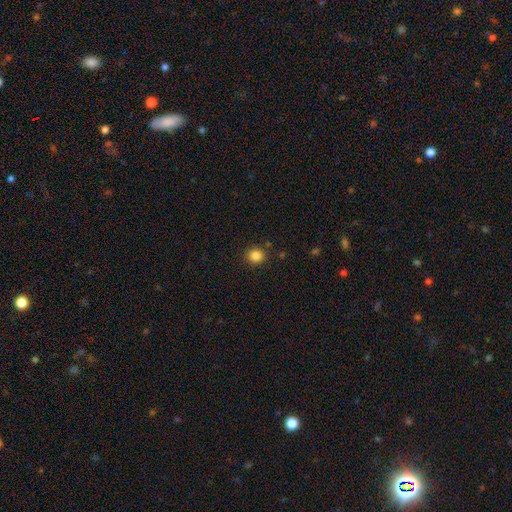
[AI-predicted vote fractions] smooth_or_featured: smooth (p=0.85) [alt: star or artifact p=0.12]
how_rounded: round (p=0.86) [alt: in between p=0.13]
merging: none (p=0.89) [alt: minor disturbance p=0.07]